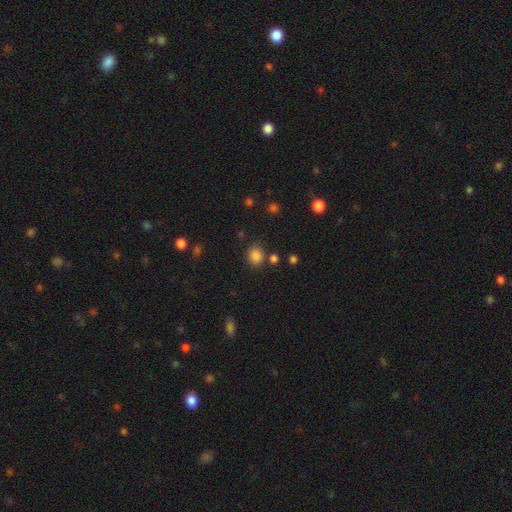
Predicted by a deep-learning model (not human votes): Smooth or featured: smooth — 84% (star or artifact — 12%)
How rounded: round — 65% (in between — 34%)
Merging: none — 78% (minor disturbance — 11%)